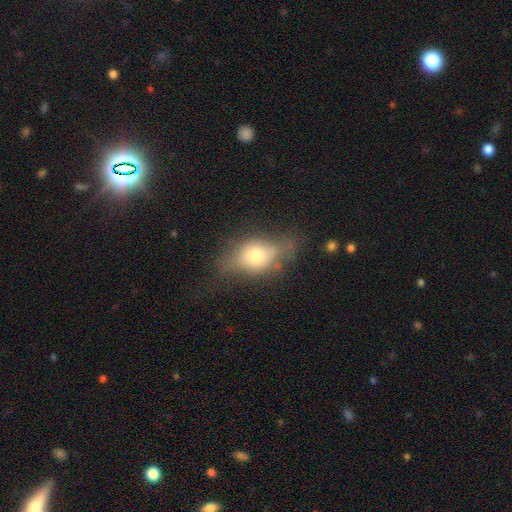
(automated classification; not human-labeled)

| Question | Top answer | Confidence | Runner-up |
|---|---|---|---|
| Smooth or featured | smooth | 60% | featured or disk (31%) |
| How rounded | in between | 73% | round (22%) |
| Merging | none | 47% | minor disturbance (31%) |